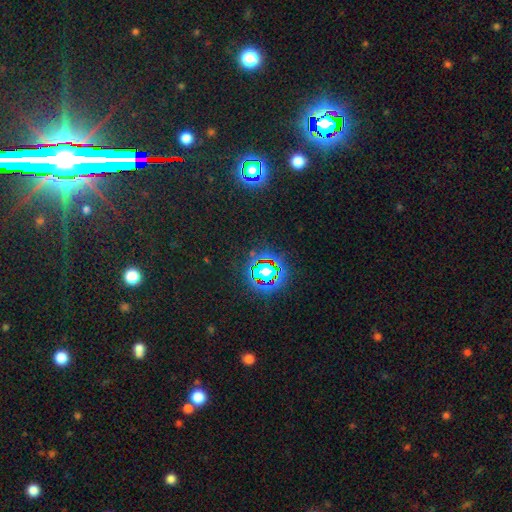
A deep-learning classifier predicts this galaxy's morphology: A star or artifact, not a galaxy (79%).

Vote fractions:
- Smooth or featured? star or artifact: 79% / smooth: 12% / featured or disk: 9%